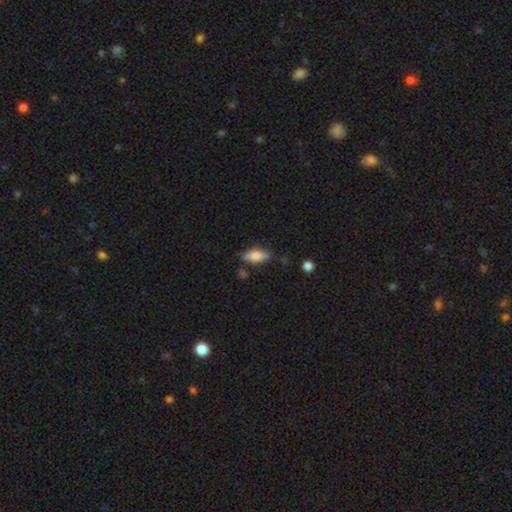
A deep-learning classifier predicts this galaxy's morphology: Smooth or featured? Predicted: smooth (p=0.67). How rounded? Predicted: in between (p=0.65). Merging? Predicted: none (p=0.80).